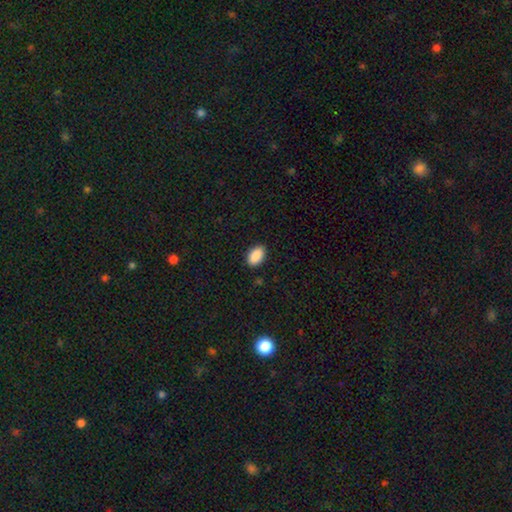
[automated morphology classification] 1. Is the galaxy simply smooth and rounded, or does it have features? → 90% smooth, 7% star or artifact, 3% featured or disk.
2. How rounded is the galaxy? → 92% in between, 7% round, 1% cigar-shaped.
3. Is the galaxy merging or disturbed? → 89% none, 8% minor disturbance, 2% major disturbance, 1% merger.